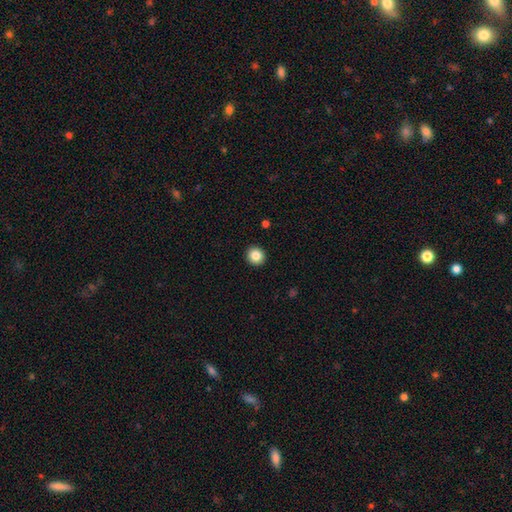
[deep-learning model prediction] This appears to be a smooth galaxy with no disk features (85%) that is round (92%). Merging: none (93%).